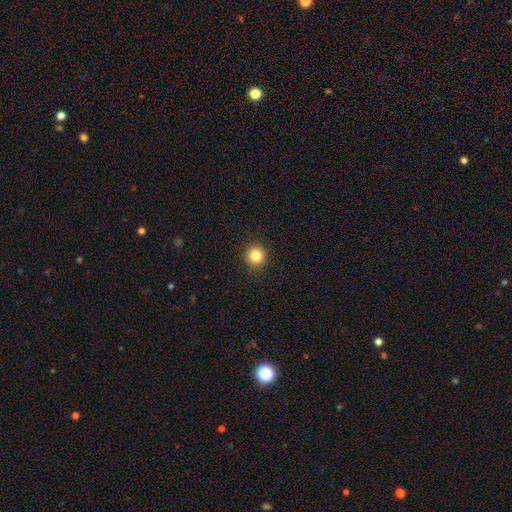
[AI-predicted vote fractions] Overall: smooth (84%). How rounded: round (94%). Merging: none (92%).